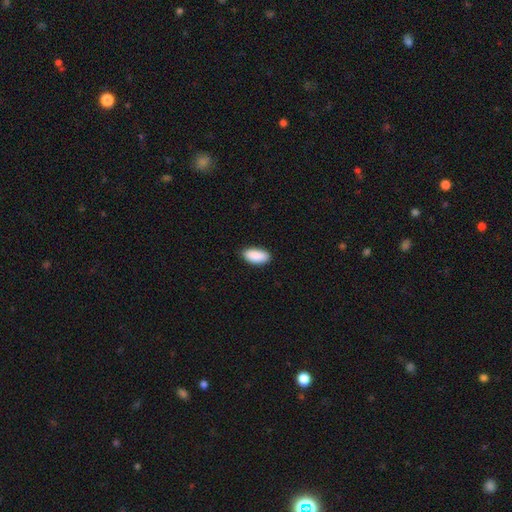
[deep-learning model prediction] A smooth galaxy with no disk features (91%) that is in between round and cigar-shaped (93%). Merging: none (86%).